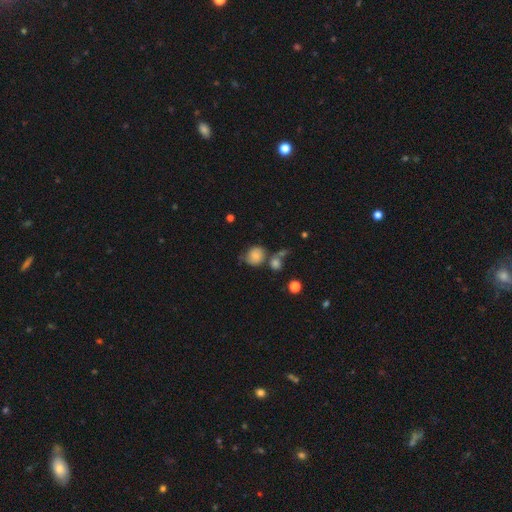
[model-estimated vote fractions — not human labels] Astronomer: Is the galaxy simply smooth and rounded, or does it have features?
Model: smooth — 77%.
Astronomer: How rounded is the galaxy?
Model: round — 76%.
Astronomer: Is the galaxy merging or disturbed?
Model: none — 45% (runner-up: merger, 24%).